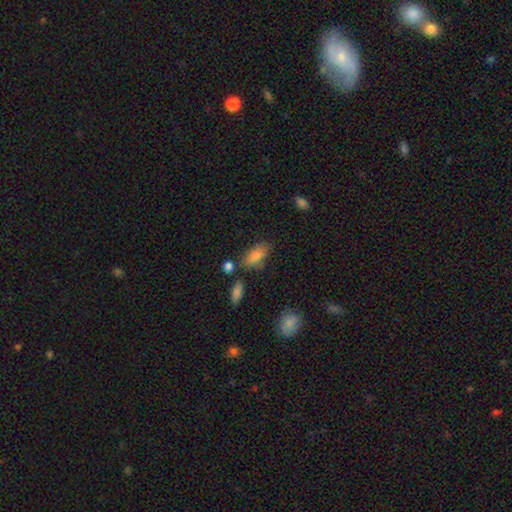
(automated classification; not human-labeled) smooth_or_featured: smooth (p=0.80) [alt: featured or disk p=0.11]
how_rounded: in between (p=0.86) [alt: cigar-shaped p=0.10]
merging: none (p=0.68) [alt: minor disturbance p=0.18]